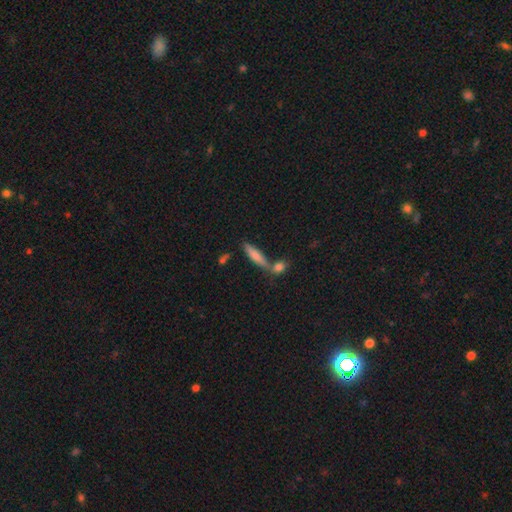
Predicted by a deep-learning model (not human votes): Smooth or featured: smooth — 73% (featured or disk — 20%)
How rounded: cigar-shaped — 74% (in between — 24%)
Merging: none — 56% (merger — 27%)